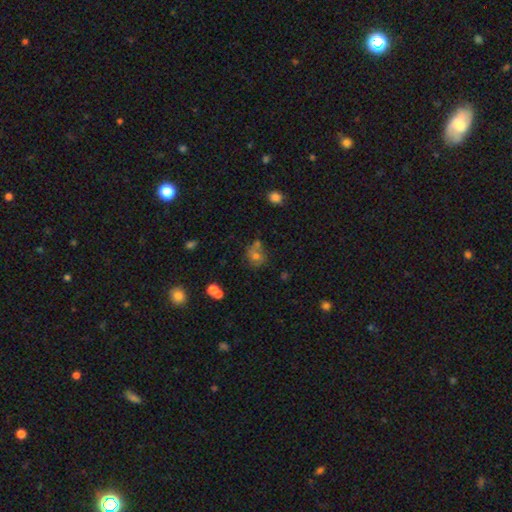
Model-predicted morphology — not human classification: Smooth or featured: smooth — 59% (star or artifact — 23%)
How rounded: round — 77% (in between — 22%)
Merging: none — 54% (merger — 23%)